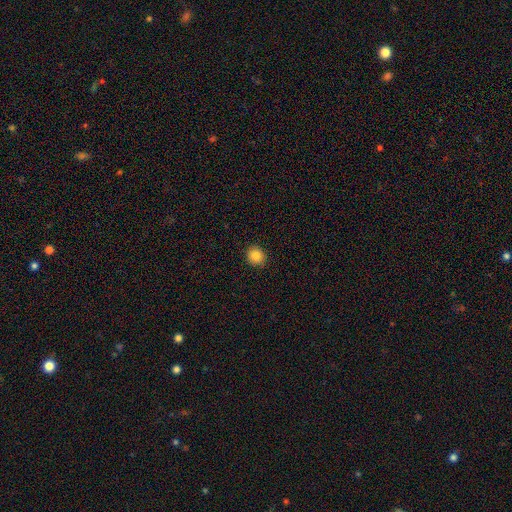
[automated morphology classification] Overall: smooth (85%). How rounded: round (88%). Merging: none (92%).